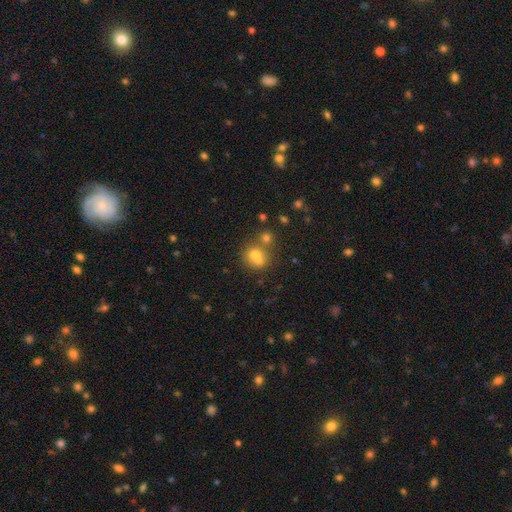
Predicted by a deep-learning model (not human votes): smooth-or-featured: smooth: 69% | featured or disk: 17% | star or artifact: 14%
  how-rounded: round: 72% | in between: 27% | cigar-shaped: 1%
  merging: merger: 45% | none: 38% | minor disturbance: 11% | major disturbance: 5%